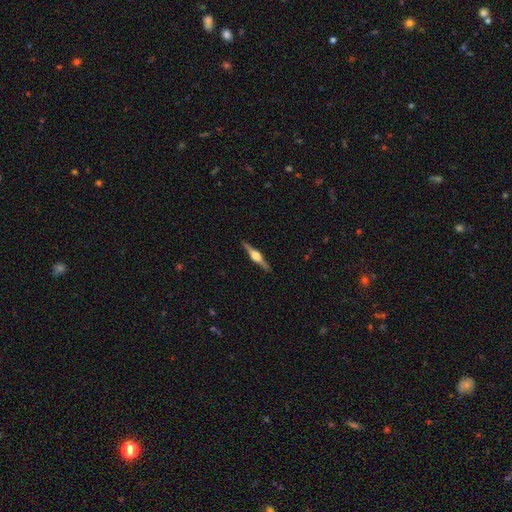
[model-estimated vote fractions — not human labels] This appears to be a featured or disk galaxy (80%) viewed edge-on (98%) with a rounded central bulge (92%). Merging: none (91%).